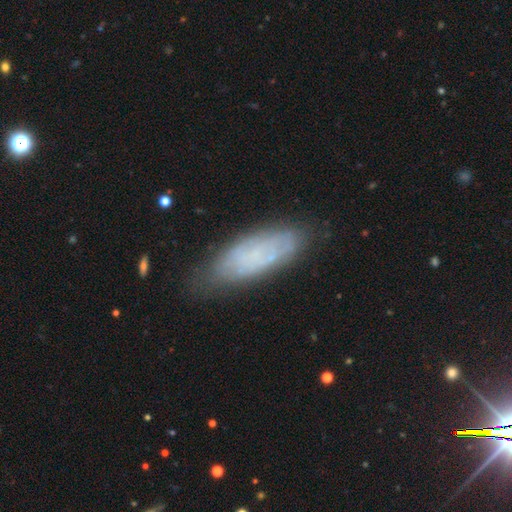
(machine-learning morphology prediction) type=smooth (48%); merging=none (69%).